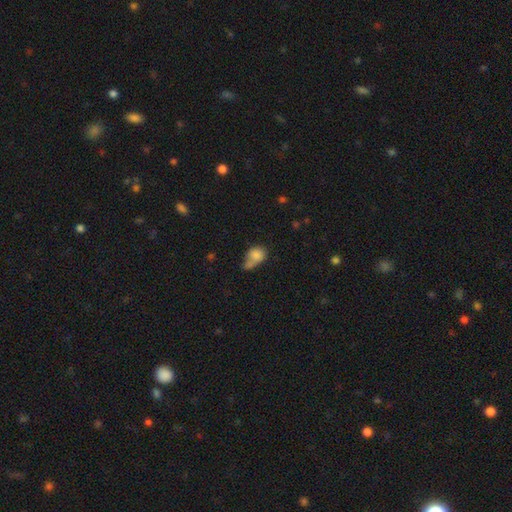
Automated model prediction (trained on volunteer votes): smooth 79%, featured or disk 11%, star or artifact 10%. Down the decision tree: how rounded — in between (61%); merging — merger (40%).